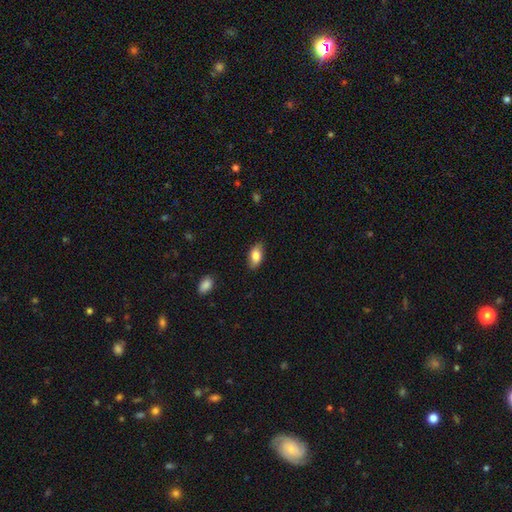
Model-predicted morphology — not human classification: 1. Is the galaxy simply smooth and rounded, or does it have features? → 83% smooth, 10% featured or disk, 7% star or artifact.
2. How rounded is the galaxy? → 91% in between, 5% round, 4% cigar-shaped.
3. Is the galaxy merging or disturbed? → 83% none, 13% minor disturbance, 3% major disturbance, 1% merger.